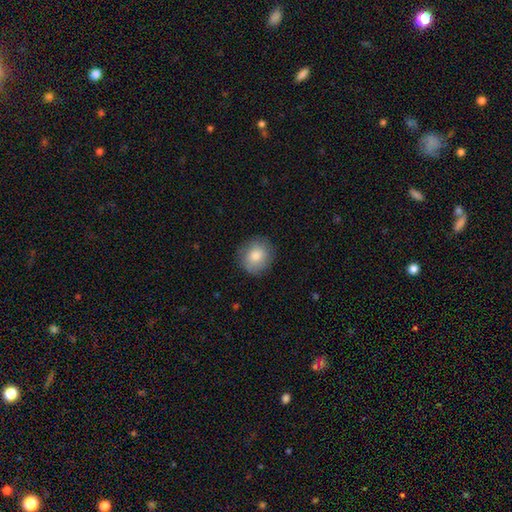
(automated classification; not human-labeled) The model was most divided on "how rounded": round: 82%, in between: 17%, cigar-shaped: 1%. More confident: merging — none (84%); smooth or featured — smooth (80%).